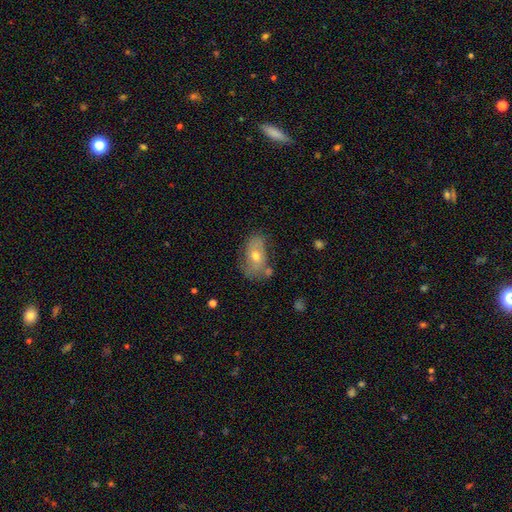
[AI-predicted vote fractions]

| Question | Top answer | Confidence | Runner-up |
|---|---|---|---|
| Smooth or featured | smooth | 52% | featured or disk (40%) |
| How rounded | in between | 86% | round (12%) |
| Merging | none | 58% | minor disturbance (25%) |